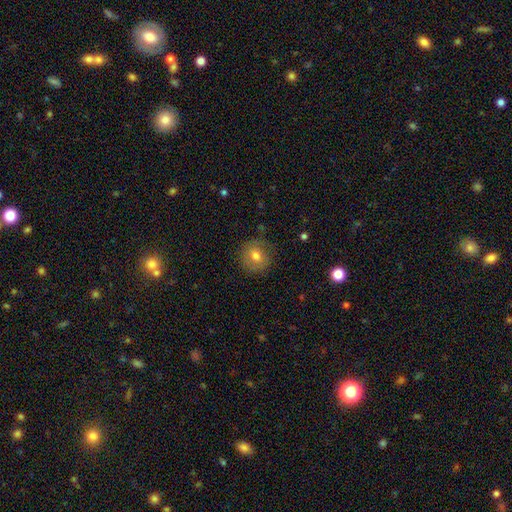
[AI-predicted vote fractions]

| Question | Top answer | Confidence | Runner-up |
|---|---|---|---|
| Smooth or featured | smooth | 71% | featured or disk (20%) |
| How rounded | round | 82% | in between (17%) |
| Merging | none | 79% | minor disturbance (15%) |